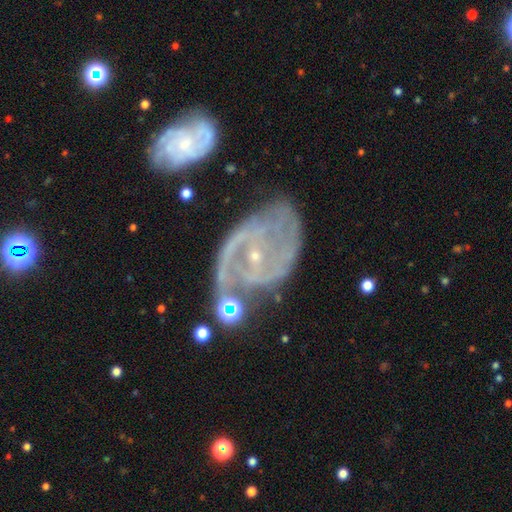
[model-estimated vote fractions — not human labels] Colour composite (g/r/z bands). It shows a featured or disk galaxy (87%) with no bar (42%), 2 (51%) medium (43%) spiral arms (92%) and a small central bulge (85%). Merging: none (43%).